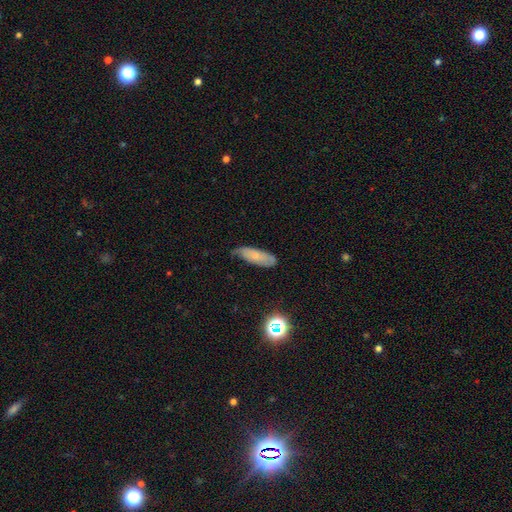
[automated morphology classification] smooth 61%, featured or disk 29%, star or artifact 10%. Down the decision tree: how rounded — in between (57%); merging — none (58%).